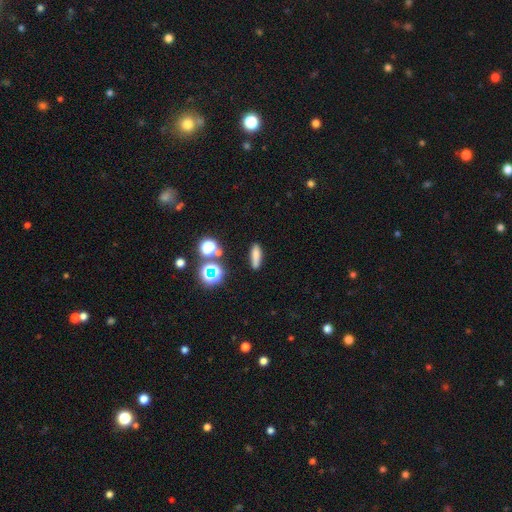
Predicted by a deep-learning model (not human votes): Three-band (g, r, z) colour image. It shows a smooth galaxy with no disk features (74%) that is cigar-shaped (62%). Merging: none (83%).